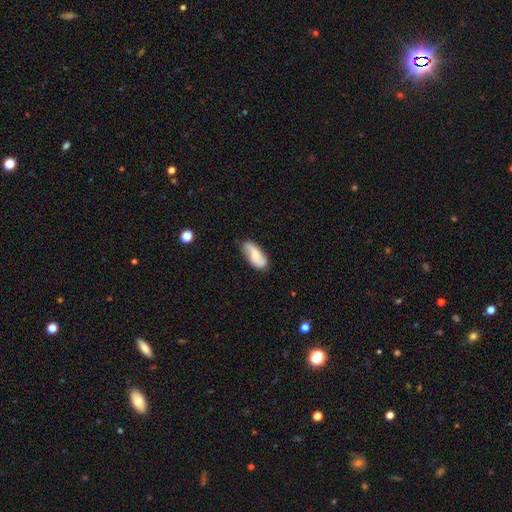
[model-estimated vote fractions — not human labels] Morphology: type=smooth (60%); roundness=in between (85%); merging=none (72%).